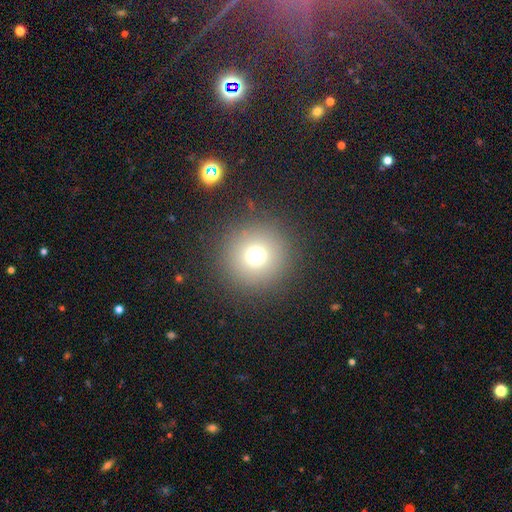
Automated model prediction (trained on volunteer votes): This appears to be a smooth galaxy with no disk features (71%) that is round (96%). Merging: none (89%).